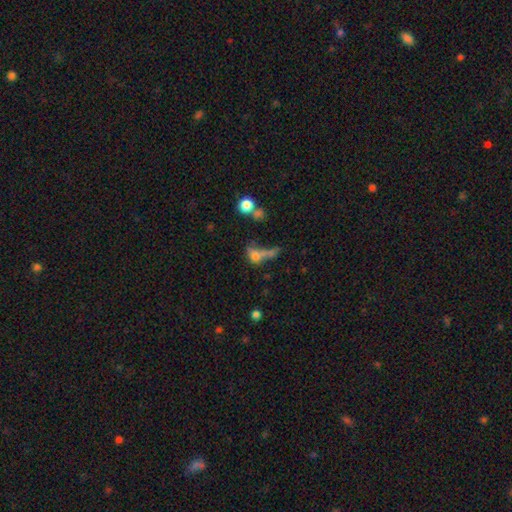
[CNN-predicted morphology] Q: Smooth or featured?
A: smooth (40%); runner-up: star or artifact (30%)
Q: Merging?
A: none (32%); runner-up: merger (29%)